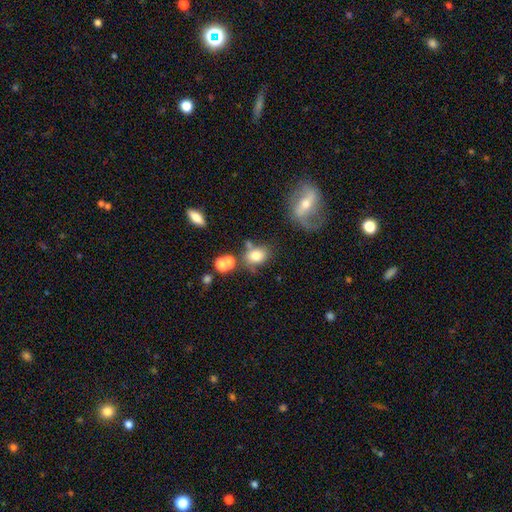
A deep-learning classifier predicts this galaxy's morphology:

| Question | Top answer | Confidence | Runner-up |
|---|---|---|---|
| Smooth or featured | smooth | 75% | featured or disk (13%) |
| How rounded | in between | 59% | round (39%) |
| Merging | none | 52% | merger (21%) |